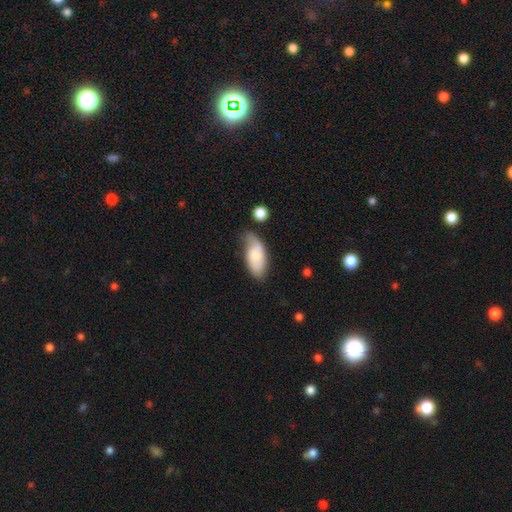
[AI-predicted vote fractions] Smooth or featured? Predicted: smooth (p=0.67). How rounded? Predicted: in between (p=0.90). Merging? Predicted: none (p=0.46).